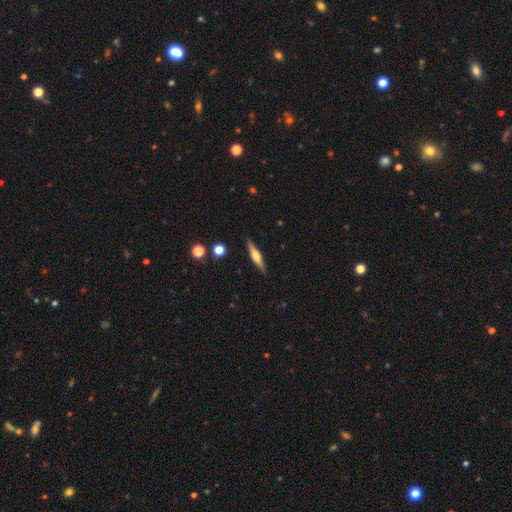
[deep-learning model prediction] This appears to be a featured or disk galaxy (58%) viewed edge-on (96%) with a rounded central bulge (83%). Merging: none (89%).